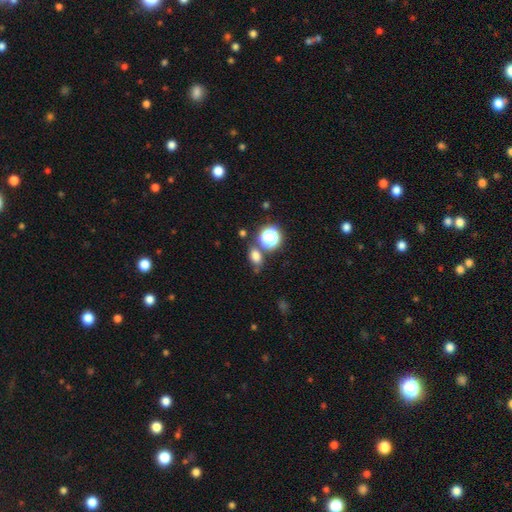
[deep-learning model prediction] Smooth or featured?
  - smooth: 73% *
  - star or artifact: 19%
  - featured or disk: 8%
How rounded?
  - in between: 63% *
  - round: 35%
  - cigar-shaped: 2%
Merging?
  - none: 63% *
  - minor disturbance: 16%
  - merger: 15%
  - major disturbance: 6%